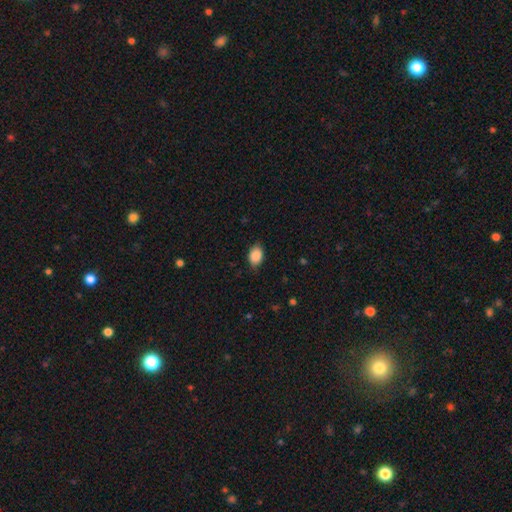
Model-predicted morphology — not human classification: A smooth galaxy with no disk features (89%) that is in between round and cigar-shaped (83%).

Vote fractions:
- Smooth or featured? smooth: 89% / star or artifact: 7% / featured or disk: 4%
- How rounded? in between: 83% / round: 16% / cigar-shaped: 1%
- Merging? none: 80% / minor disturbance: 16% / major disturbance: 3% / merger: 1%